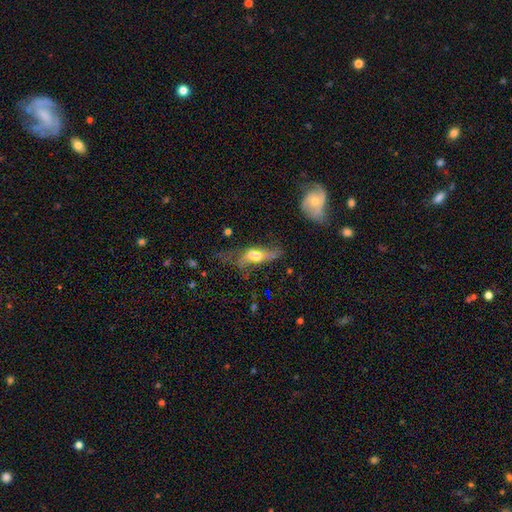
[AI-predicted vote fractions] A featured or disk galaxy (55%). Merging: major disturbance (39%).